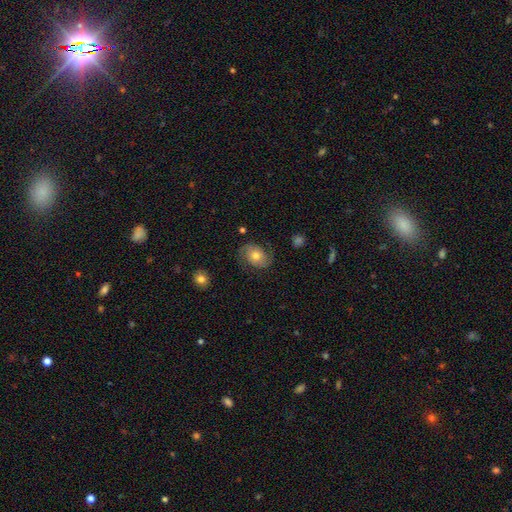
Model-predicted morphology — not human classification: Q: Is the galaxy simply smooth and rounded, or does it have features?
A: featured or disk — 61%.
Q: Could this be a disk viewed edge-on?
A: no — 97%.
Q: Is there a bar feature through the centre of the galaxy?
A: no — 75%.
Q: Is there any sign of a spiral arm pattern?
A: yes — 89%.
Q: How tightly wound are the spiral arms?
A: medium — 45%.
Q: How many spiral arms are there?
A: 2 — 88%.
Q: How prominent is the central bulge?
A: moderate — 70%.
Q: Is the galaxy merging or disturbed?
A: none — 74%.